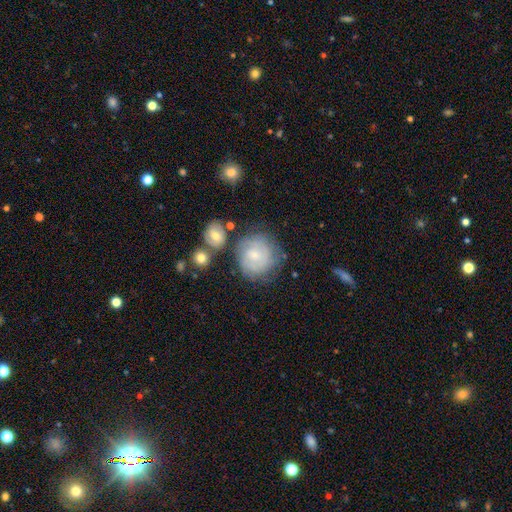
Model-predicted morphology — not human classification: type=smooth (50%); roundness=round (87%); merging=none (62%).